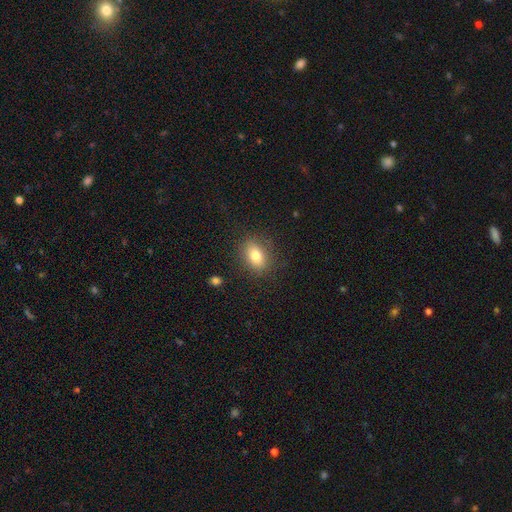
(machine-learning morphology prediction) smooth_or_featured: smooth (p=0.79) [alt: featured or disk p=0.11]
how_rounded: in between (p=0.76) [alt: round p=0.22]
merging: none (p=0.84) [alt: minor disturbance p=0.11]